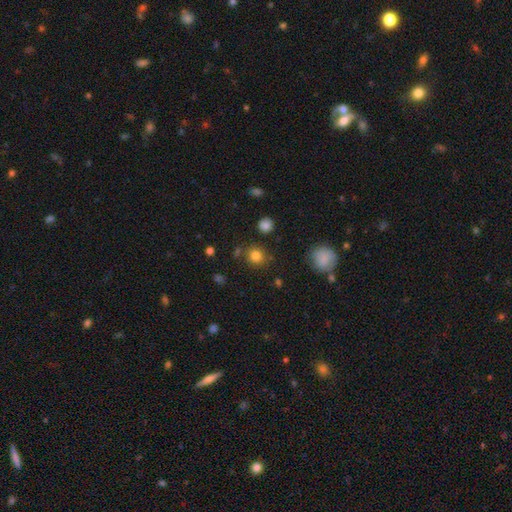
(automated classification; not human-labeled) Smooth or featured? smooth (80%)
How rounded? round (88%)
Merging? none (82%)